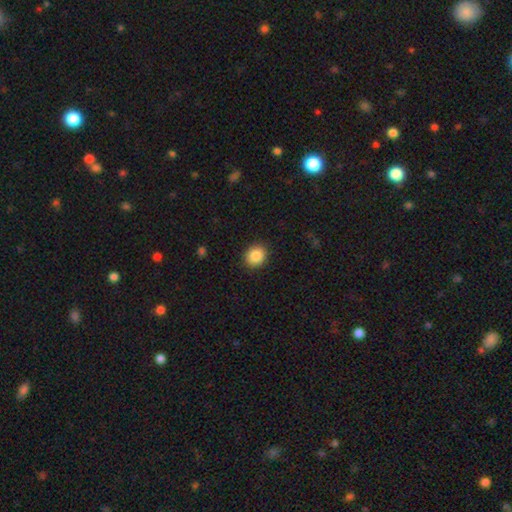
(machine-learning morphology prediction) A smooth galaxy with no disk features (86%) that is round (69%).

Vote fractions:
- Smooth or featured? smooth: 86% / star or artifact: 9% / featured or disk: 5%
- How rounded? round: 69% / in between: 31% / cigar-shaped: 1%
- Merging? none: 89% / minor disturbance: 7% / major disturbance: 2% / merger: 1%